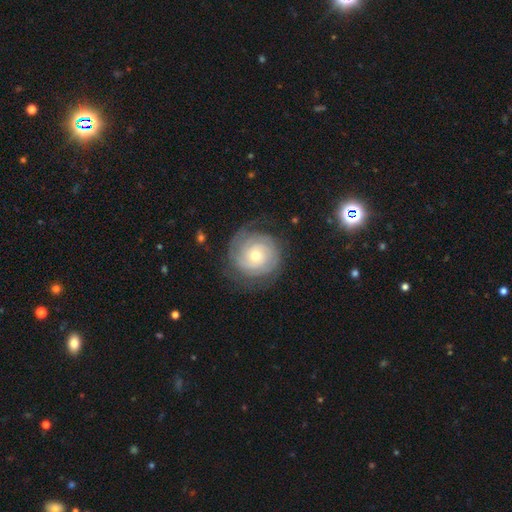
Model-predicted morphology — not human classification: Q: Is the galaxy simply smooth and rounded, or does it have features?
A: featured or disk — 82%.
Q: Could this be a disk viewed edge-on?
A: no — 98%.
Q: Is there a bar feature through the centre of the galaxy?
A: no — 76%.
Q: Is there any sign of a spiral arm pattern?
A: yes — 95%.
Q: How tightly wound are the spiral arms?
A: tight — 81%.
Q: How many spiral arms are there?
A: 2 — 32%, tied with can't tell.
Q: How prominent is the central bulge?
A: moderate — 55%.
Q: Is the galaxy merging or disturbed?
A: none — 76%.